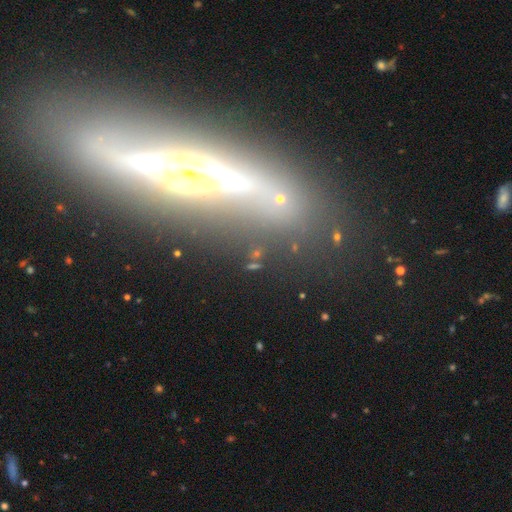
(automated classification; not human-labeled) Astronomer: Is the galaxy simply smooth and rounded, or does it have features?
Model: star or artifact — 41% (runner-up: featured or disk, 32%).